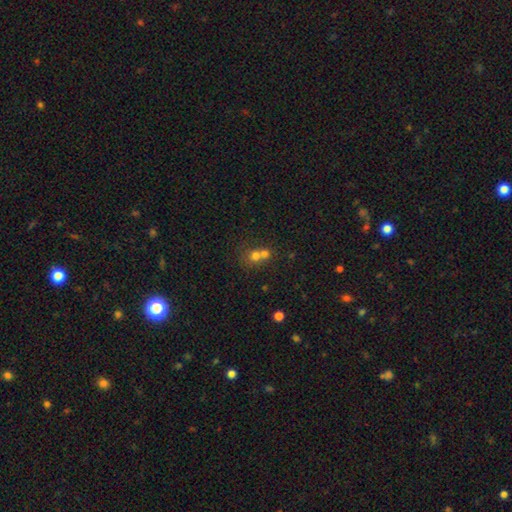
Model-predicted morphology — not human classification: Smooth or featured?
  - smooth: 68% *
  - featured or disk: 17%
  - star or artifact: 15%
How rounded?
  - round: 78% *
  - in between: 21%
  - cigar-shaped: 1%
Merging?
  - merger: 64% *
  - none: 28%
  - minor disturbance: 5%
  - major disturbance: 3%